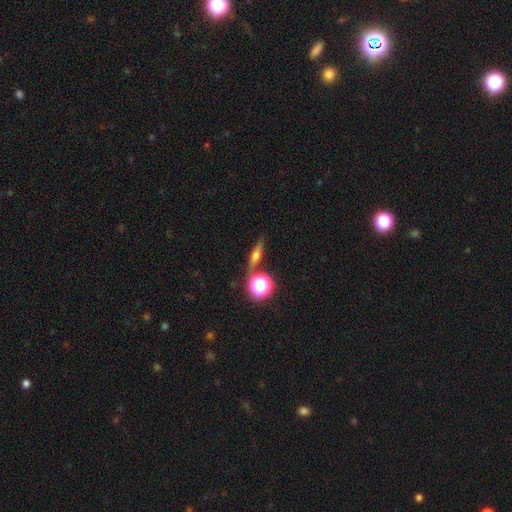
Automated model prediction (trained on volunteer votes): The model was most divided on "smooth or featured": smooth: 43%, featured or disk: 41%, star or artifact: 16%. More confident: merging — none (78%).